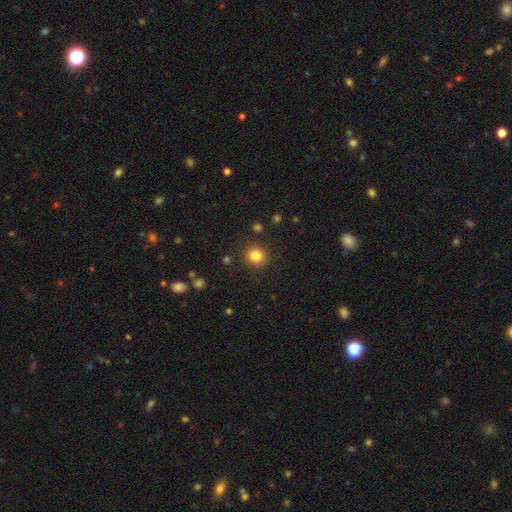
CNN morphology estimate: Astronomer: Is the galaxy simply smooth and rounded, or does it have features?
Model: smooth — 83%.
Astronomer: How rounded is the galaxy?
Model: round — 90%.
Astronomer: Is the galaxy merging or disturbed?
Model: none — 90%.